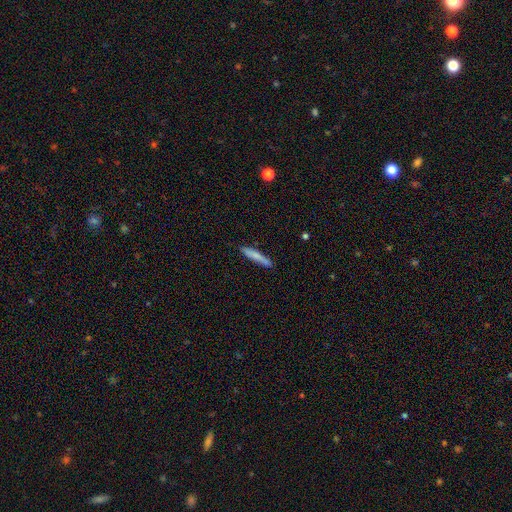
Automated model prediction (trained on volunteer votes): smooth-or-featured: smooth: 73% | featured or disk: 22% | star or artifact: 6%
  how-rounded: cigar-shaped: 93% | in between: 5% | round: 1%
  merging: none: 87% | minor disturbance: 10% | major disturbance: 2% | merger: 1%